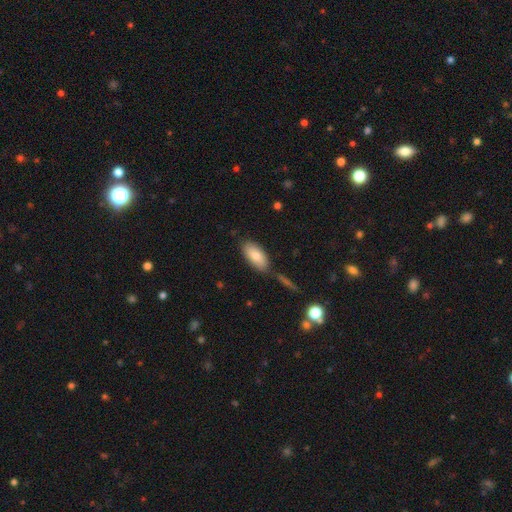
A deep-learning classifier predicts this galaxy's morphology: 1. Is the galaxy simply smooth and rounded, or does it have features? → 82% smooth, 11% featured or disk, 6% star or artifact.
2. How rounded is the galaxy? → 92% in between, 6% cigar-shaped, 2% round.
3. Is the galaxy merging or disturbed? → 75% none, 14% minor disturbance, 7% merger, 3% major disturbance.